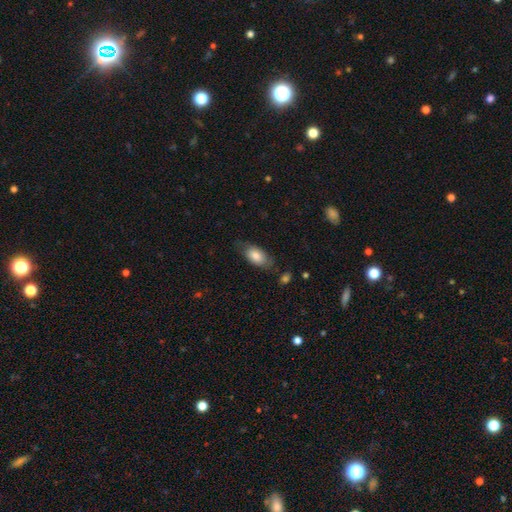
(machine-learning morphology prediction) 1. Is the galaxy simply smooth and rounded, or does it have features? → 80% smooth, 14% featured or disk, 6% star or artifact.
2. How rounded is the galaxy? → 90% in between, 6% cigar-shaped, 4% round.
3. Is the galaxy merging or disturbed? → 66% none, 24% minor disturbance, 7% major disturbance, 3% merger.